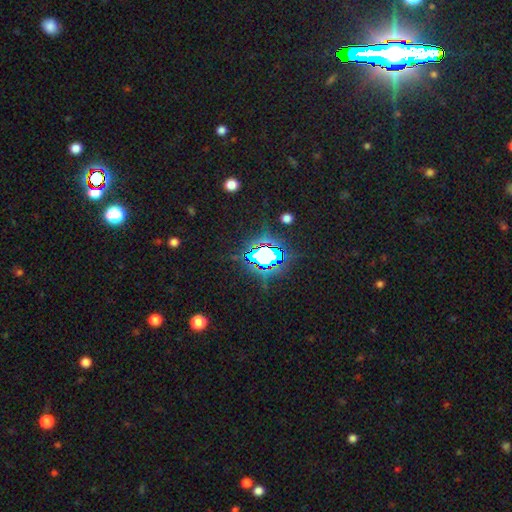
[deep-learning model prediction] Q: Smooth or featured?
A: star or artifact (72%); runner-up: smooth (18%)